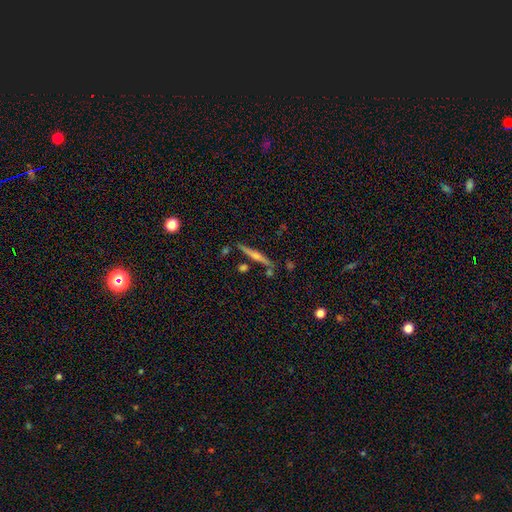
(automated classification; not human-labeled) A featured or disk galaxy (66%) viewed edge-on (97%) with a rounded central bulge (77%).

Vote fractions:
- Smooth or featured? featured or disk: 66% / smooth: 26% / star or artifact: 7%
- Edge-on disk? yes: 97% / no: 3%
- Edge-on bulge? rounded: 77% / none: 15% / boxy: 8%
- Merging? none: 81% / minor disturbance: 10% / merger: 6% / major disturbance: 2%